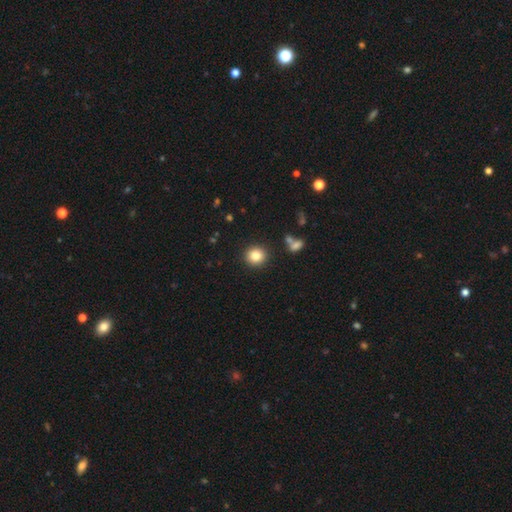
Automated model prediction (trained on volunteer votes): smooth-or-featured: smooth: 83% | star or artifact: 10% | featured or disk: 6%
  how-rounded: round: 88% | in between: 11% | cigar-shaped: 1%
  merging: none: 89% | minor disturbance: 6% | merger: 2% | major disturbance: 2%